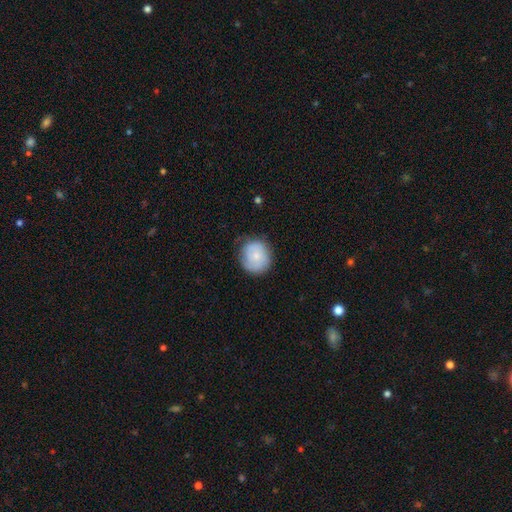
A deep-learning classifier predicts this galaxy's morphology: smooth-or-featured: smooth: 65% | featured or disk: 28% | star or artifact: 7%
  how-rounded: round: 88% | in between: 11% | cigar-shaped: 1%
  merging: none: 72% | minor disturbance: 21% | major disturbance: 6% | merger: 1%